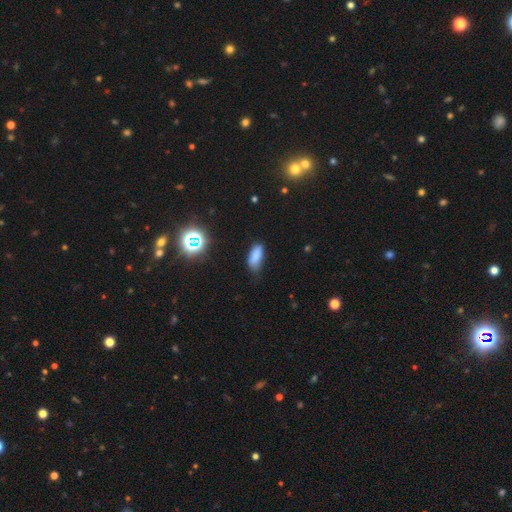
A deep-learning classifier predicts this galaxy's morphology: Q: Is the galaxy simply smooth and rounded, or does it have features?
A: smooth — 80%.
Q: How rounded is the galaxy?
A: in between — 81%.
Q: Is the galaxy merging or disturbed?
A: none — 62%.